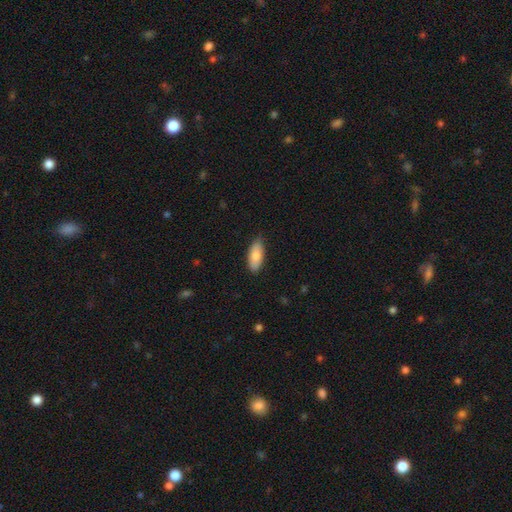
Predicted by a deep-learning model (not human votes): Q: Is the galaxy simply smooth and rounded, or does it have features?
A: smooth — 81%.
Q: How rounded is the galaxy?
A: in between — 83%.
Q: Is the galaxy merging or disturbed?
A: none — 80%.